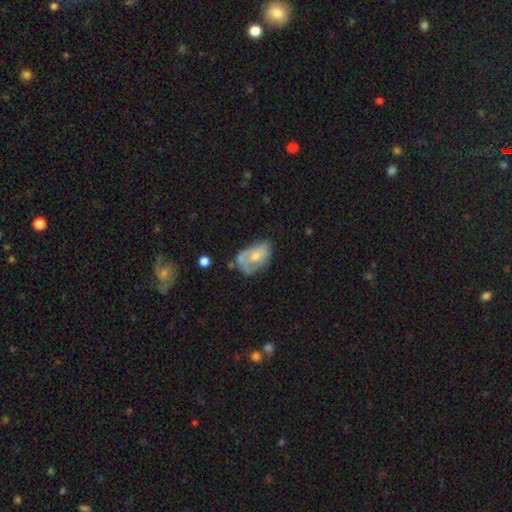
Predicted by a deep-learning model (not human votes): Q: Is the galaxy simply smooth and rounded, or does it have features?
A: smooth — 48%.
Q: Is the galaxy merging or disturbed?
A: none — 35%.